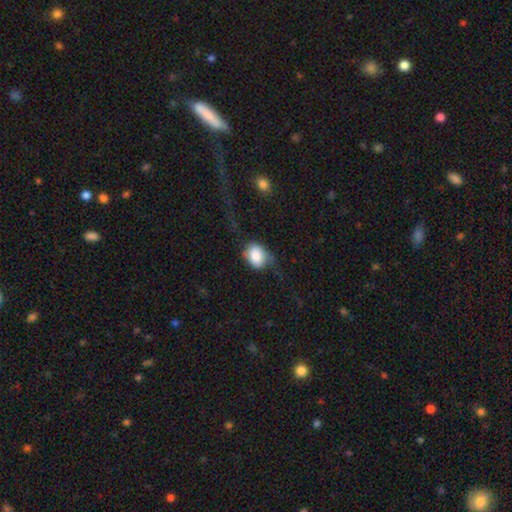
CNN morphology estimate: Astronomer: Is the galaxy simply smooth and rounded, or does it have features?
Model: smooth — 78%.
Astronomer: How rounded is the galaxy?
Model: in between — 60% (runner-up: round, 39%).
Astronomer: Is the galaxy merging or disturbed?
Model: none — 42% (runner-up: major disturbance, 28%).